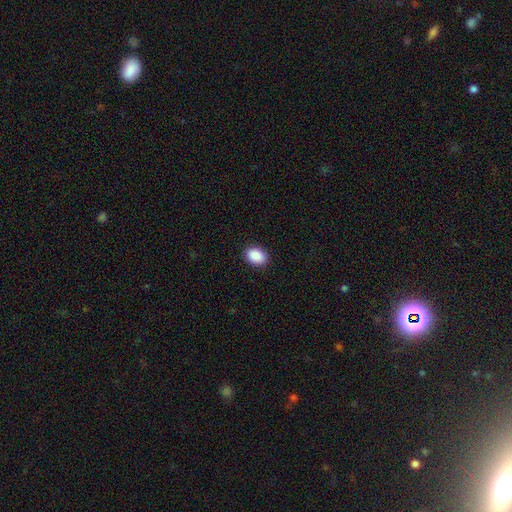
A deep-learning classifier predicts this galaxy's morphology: Smooth or featured? Predicted: smooth (p=0.90). How rounded? Predicted: in between (p=0.79). Merging? Predicted: none (p=0.89).